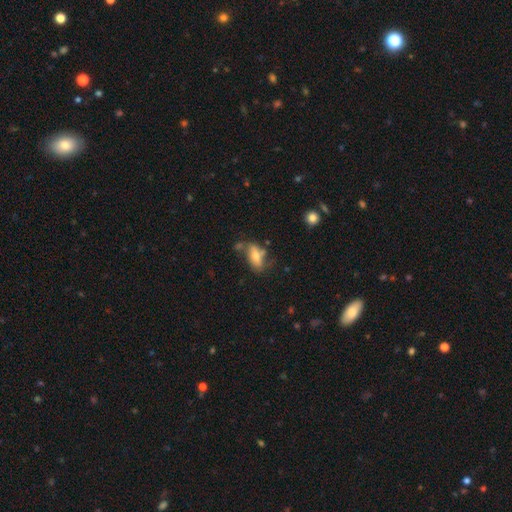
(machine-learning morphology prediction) A smooth galaxy with no disk features (61%) that is in between round and cigar-shaped (80%).

Vote fractions:
- Smooth or featured? smooth: 61% / featured or disk: 29% / star or artifact: 10%
- How rounded? in between: 80% / cigar-shaped: 15% / round: 5%
- Merging? none: 48% / minor disturbance: 24% / merger: 16% / major disturbance: 12%